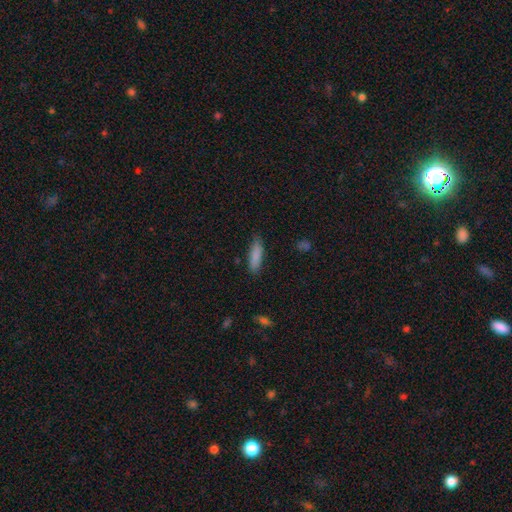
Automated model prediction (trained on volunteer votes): smooth-or-featured: smooth: 86% | featured or disk: 7% | star or artifact: 7%
  how-rounded: cigar-shaped: 61% | in between: 38% | round: 1%
  merging: none: 82% | minor disturbance: 14% | major disturbance: 3% | merger: 1%